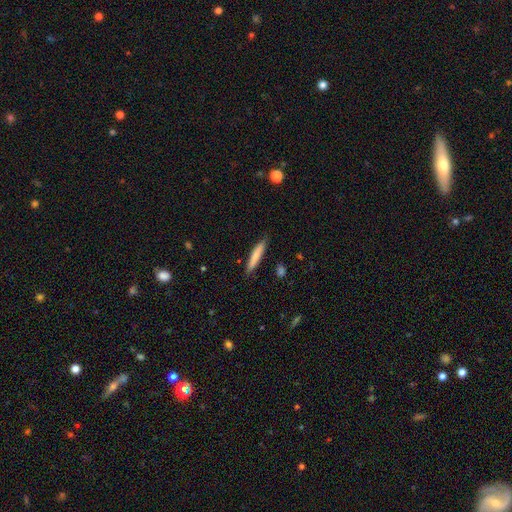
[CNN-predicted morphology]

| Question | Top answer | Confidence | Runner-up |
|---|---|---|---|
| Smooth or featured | smooth | 78% | featured or disk (16%) |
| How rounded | cigar-shaped | 92% | in between (7%) |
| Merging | none | 86% | minor disturbance (11%) |